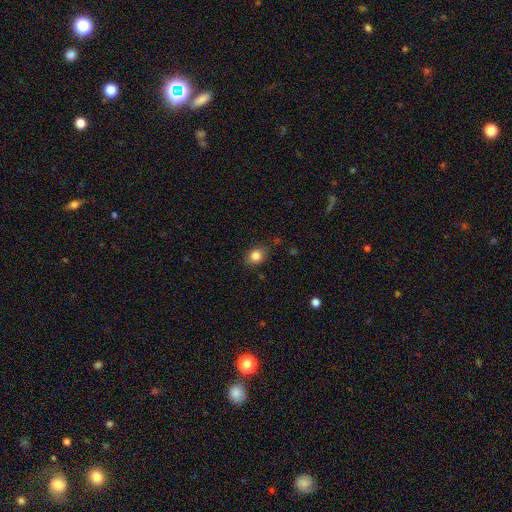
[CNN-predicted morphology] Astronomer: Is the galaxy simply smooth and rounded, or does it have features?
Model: smooth — 84%.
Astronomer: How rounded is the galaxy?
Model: in between — 50% (runner-up: round, 49%).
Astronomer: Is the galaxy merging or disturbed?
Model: none — 82%.